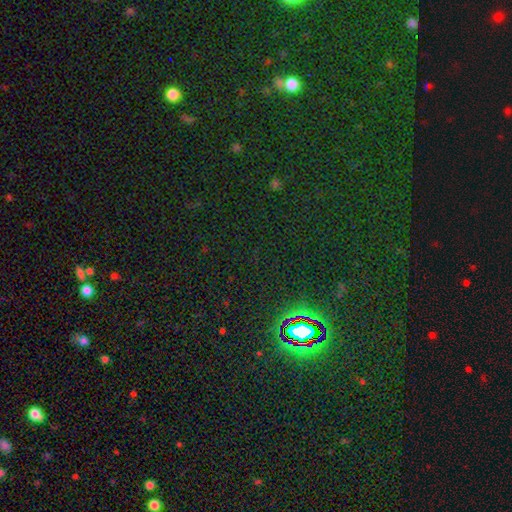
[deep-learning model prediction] Smooth or featured? star or artifact (82%)